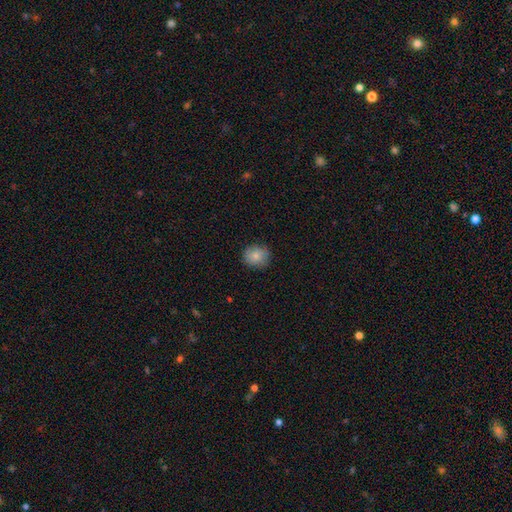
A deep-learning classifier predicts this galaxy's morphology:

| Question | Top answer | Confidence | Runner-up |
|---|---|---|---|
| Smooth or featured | smooth | 82% | featured or disk (9%) |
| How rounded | round | 81% | in between (18%) |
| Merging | none | 85% | minor disturbance (11%) |